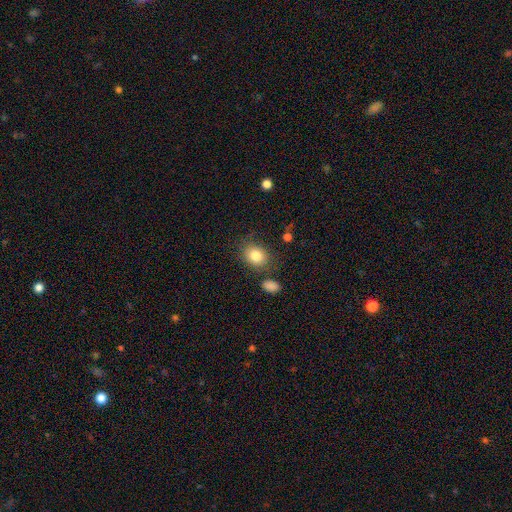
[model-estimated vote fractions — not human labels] Morphology: type=smooth (83%); roundness=round (52%); merging=none (76%).